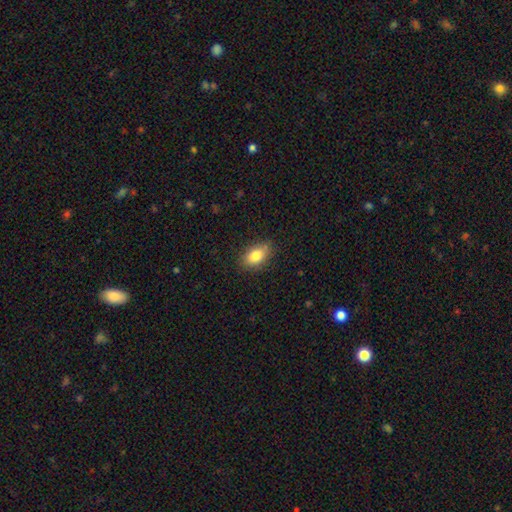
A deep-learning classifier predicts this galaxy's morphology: smooth_or_featured: smooth (p=0.82) [alt: featured or disk p=0.10]
how_rounded: in between (p=0.87) [alt: round p=0.10]
merging: none (p=0.81) [alt: minor disturbance p=0.14]